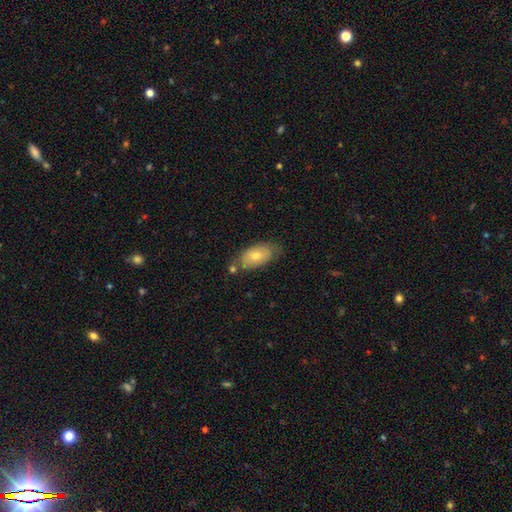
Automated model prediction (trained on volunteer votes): Smooth or featured: smooth — 65% (featured or disk — 27%)
How rounded: in between — 90% (cigar-shaped — 5%)
Merging: none — 67% (minor disturbance — 21%)